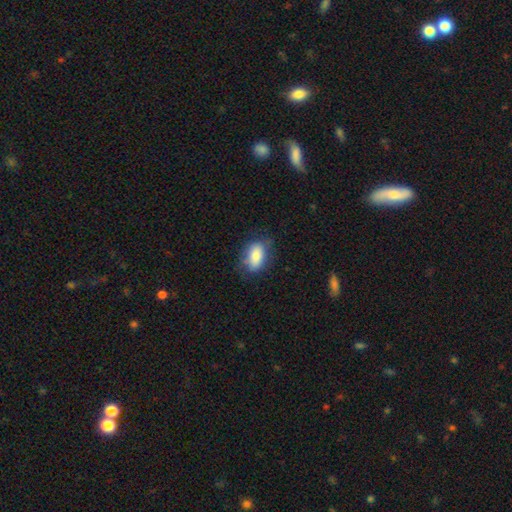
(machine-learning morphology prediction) This is likely a smooth galaxy (79%). How rounded: clearly in between (89%). Merging: likely none (68%).